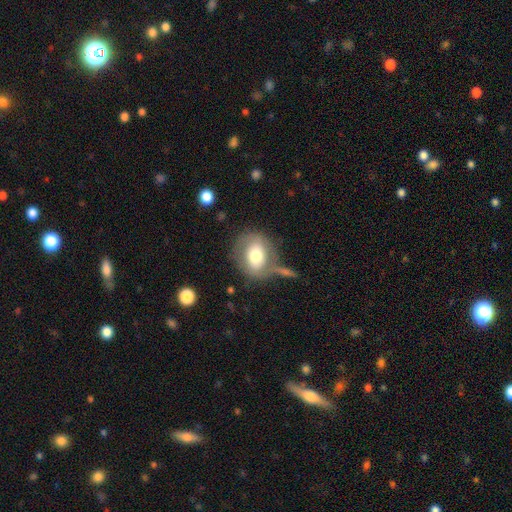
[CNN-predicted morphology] Smooth or featured?
  - smooth: 62% *
  - featured or disk: 31%
  - star or artifact: 7%
How rounded?
  - round: 54% *
  - in between: 44%
  - cigar-shaped: 1%
Merging?
  - none: 60% *
  - minor disturbance: 18%
  - merger: 11%
  - major disturbance: 10%